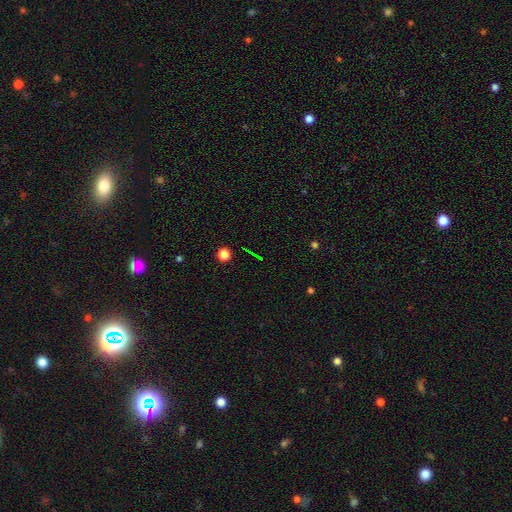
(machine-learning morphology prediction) star or artifact 65%, smooth 21%, featured or disk 14%.